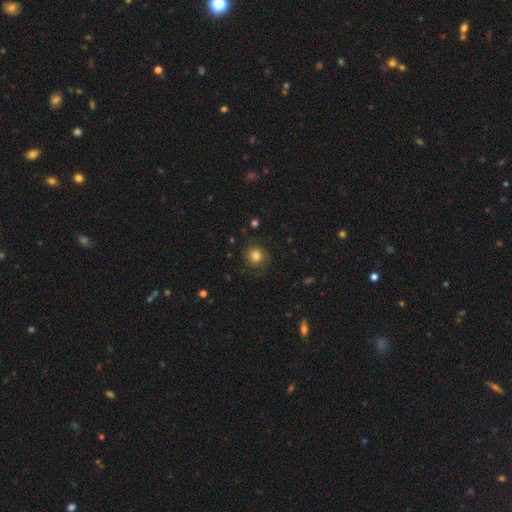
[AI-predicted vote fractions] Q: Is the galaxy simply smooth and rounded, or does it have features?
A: smooth — 79%.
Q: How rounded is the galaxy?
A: round — 91%.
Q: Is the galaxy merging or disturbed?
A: none — 81%.